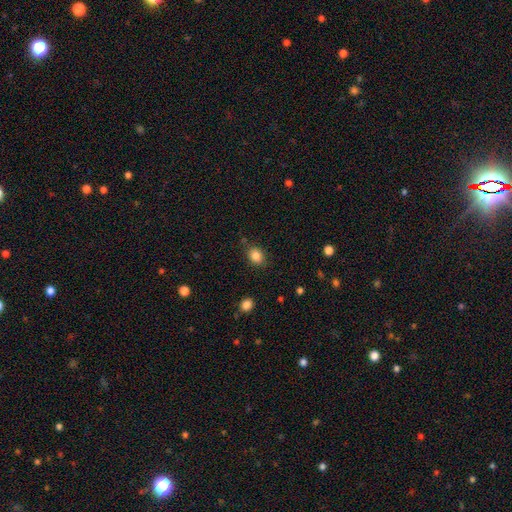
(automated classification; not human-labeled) Smooth or featured?
  - smooth: 85% *
  - star or artifact: 10%
  - featured or disk: 5%
How rounded?
  - round: 52% *
  - in between: 47%
  - cigar-shaped: 1%
Merging?
  - none: 82% *
  - minor disturbance: 12%
  - major disturbance: 3%
  - merger: 3%